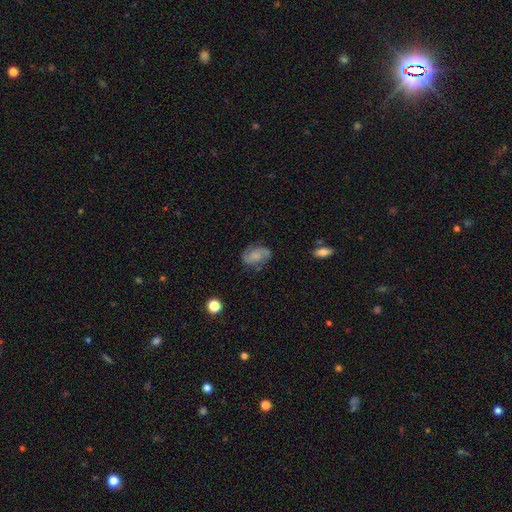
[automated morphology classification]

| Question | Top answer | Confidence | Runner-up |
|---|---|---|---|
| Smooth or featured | featured or disk | 64% | smooth (28%) |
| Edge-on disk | no | 97% | yes (3%) |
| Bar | no | 59% | weak (34%) |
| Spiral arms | yes | 92% | no (8%) |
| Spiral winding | medium | 49% | tight (29%) |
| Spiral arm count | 2 | 85% | can't tell (7%) |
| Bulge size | small | 35% | none (32%) |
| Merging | none | 75% | minor disturbance (17%) |